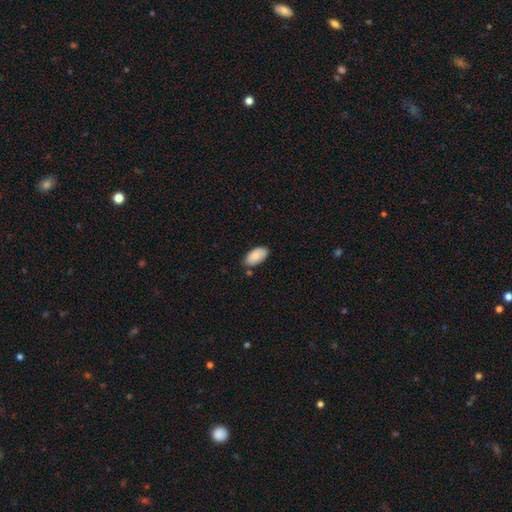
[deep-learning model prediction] Smooth or featured?
  - smooth: 87% *
  - featured or disk: 7%
  - star or artifact: 6%
How rounded?
  - in between: 95% *
  - cigar-shaped: 2%
  - round: 2%
Merging?
  - none: 77% *
  - minor disturbance: 16%
  - merger: 4%
  - major disturbance: 3%